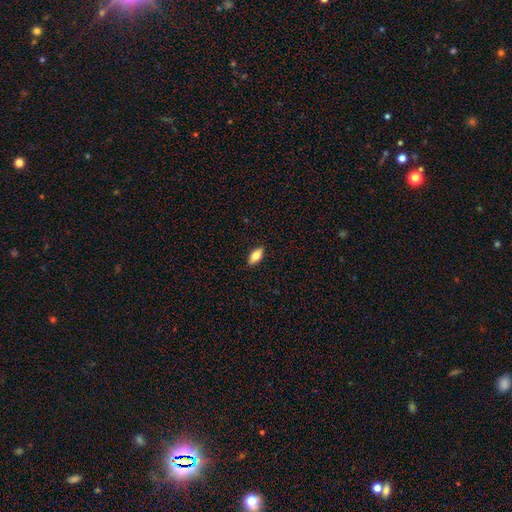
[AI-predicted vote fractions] Q: Smooth or featured?
A: smooth (79%); runner-up: featured or disk (14%)
Q: How rounded?
A: in between (88%); runner-up: cigar-shaped (10%)
Q: Merging?
A: none (90%); runner-up: minor disturbance (8%)